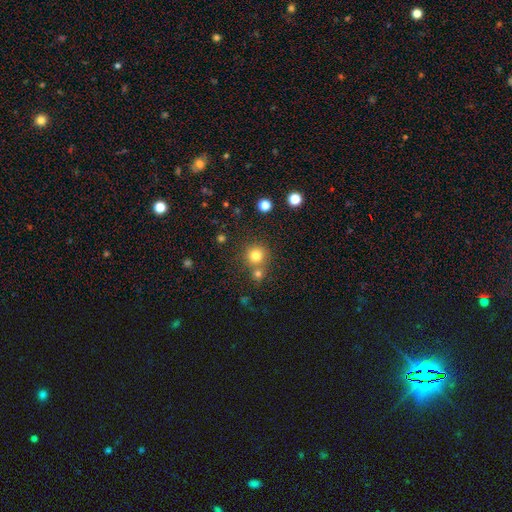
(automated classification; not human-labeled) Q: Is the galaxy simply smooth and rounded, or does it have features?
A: smooth — 78%.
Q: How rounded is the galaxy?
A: round — 92%.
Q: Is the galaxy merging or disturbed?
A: none — 65%.